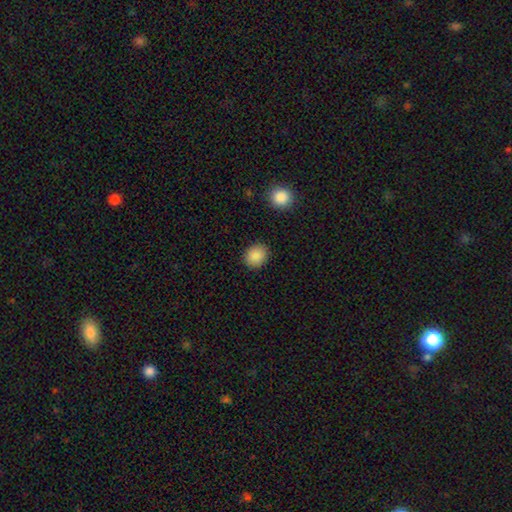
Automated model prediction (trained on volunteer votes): The model was most divided on "how rounded": round: 66%, in between: 33%, cigar-shaped: 1%. More confident: smooth or featured — smooth (89%); merging — none (88%).